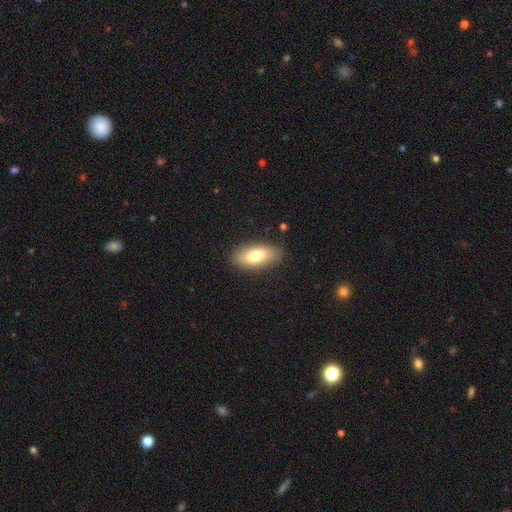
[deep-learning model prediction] smooth-or-featured: smooth: 78% | featured or disk: 15% | star or artifact: 7%
  how-rounded: in between: 84% | cigar-shaped: 13% | round: 3%
  merging: none: 86% | minor disturbance: 10% | major disturbance: 3% | merger: 1%